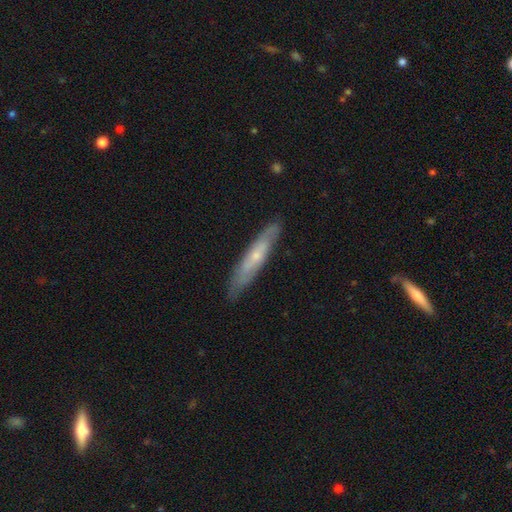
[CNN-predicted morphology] Smooth or featured? featured or disk (54%)
Edge-on disk? yes (65%)
Merging? none (83%)